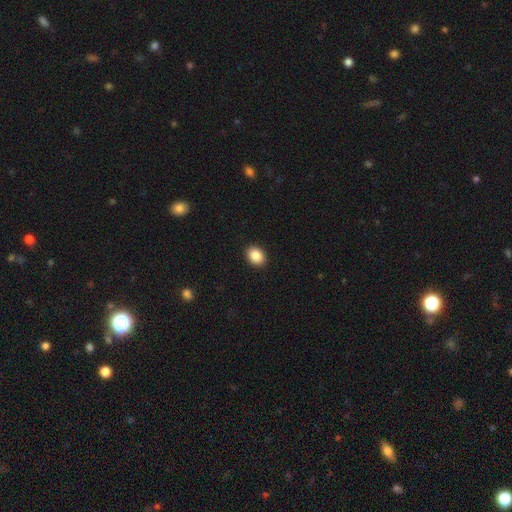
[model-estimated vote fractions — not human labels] Smooth or featured? smooth (87%)
How rounded? in between (58%)
Merging? none (91%)